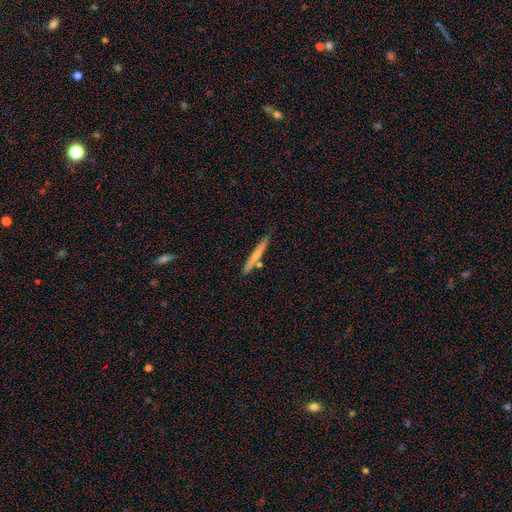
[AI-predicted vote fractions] Q: Smooth or featured?
A: smooth (57%); runner-up: featured or disk (37%)
Q: How rounded?
A: cigar-shaped (95%); runner-up: in between (4%)
Q: Merging?
A: none (80%); runner-up: minor disturbance (11%)